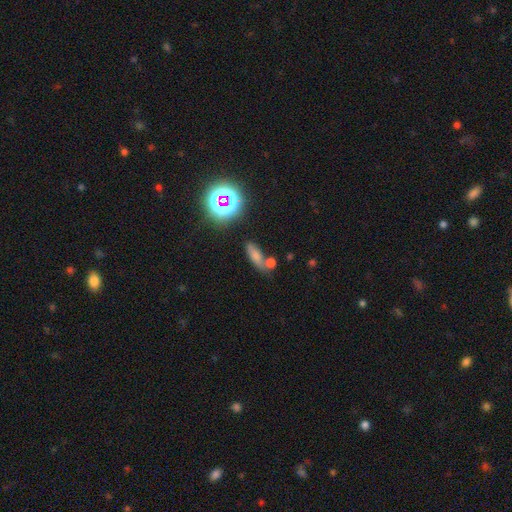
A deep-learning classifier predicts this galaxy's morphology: This is likely a smooth galaxy (64%). How rounded: possibly in between (57%). Merging: possibly none (57%).